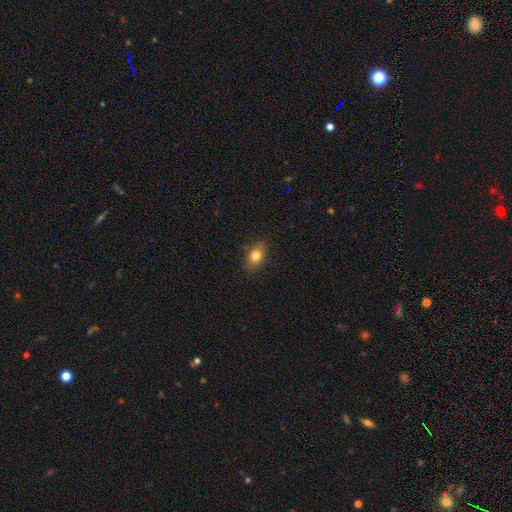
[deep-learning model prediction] A smooth galaxy with no disk features (82%) that is in between round and cigar-shaped (78%). Merging: none (83%).